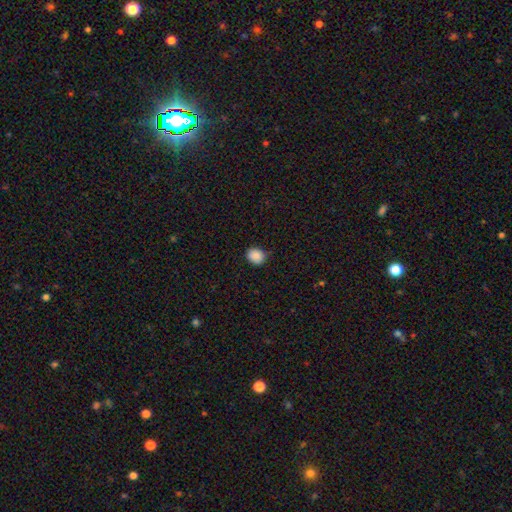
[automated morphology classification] This is clearly a smooth galaxy (88%). How rounded: likely round (65%). Merging: likely none (79%).